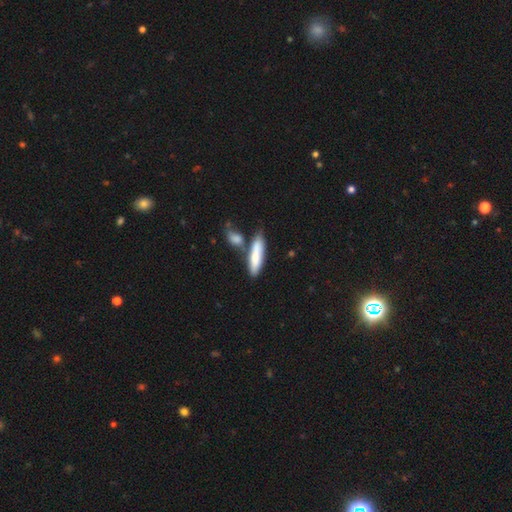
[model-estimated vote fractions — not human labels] Smooth or featured: smooth — 72% (featured or disk — 23%)
How rounded: cigar-shaped — 59% (in between — 39%)
Merging: none — 53% (merger — 28%)